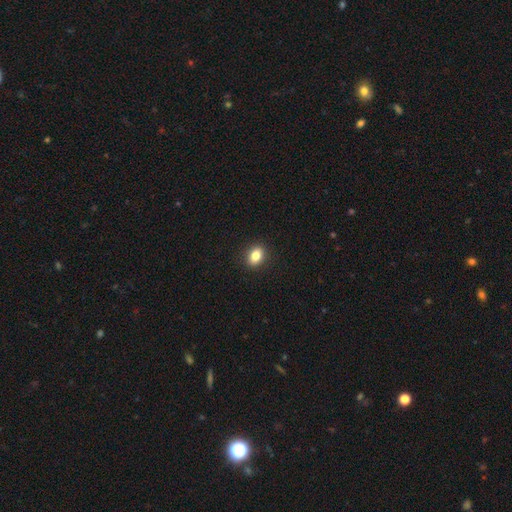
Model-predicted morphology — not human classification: Smooth or featured: smooth — 83% (star or artifact — 9%)
How rounded: in between — 73% (round — 25%)
Merging: none — 91% (minor disturbance — 7%)